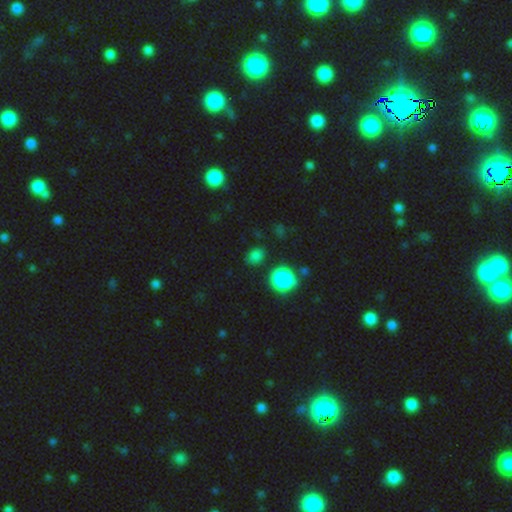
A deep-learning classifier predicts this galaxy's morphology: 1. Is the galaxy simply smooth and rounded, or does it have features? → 72% smooth, 23% star or artifact, 5% featured or disk.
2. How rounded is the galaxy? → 55% in between, 44% round, 1% cigar-shaped.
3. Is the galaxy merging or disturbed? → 80% none, 13% minor disturbance, 4% major disturbance, 3% merger.